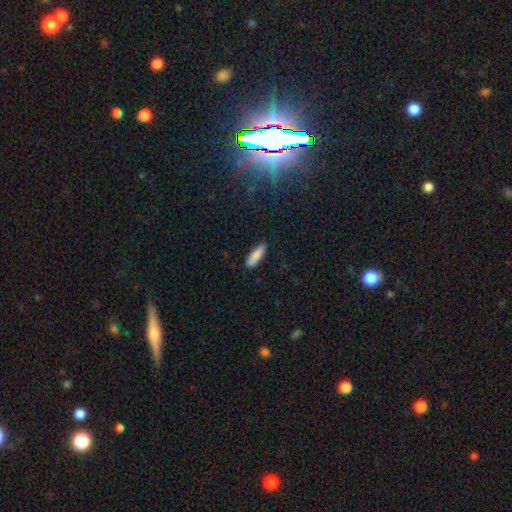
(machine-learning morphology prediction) Smooth or featured: smooth — 85% (featured or disk — 9%)
How rounded: cigar-shaped — 57% (in between — 42%)
Merging: none — 86% (minor disturbance — 11%)